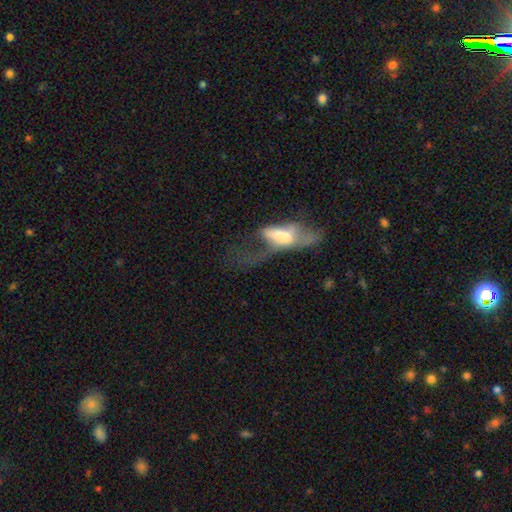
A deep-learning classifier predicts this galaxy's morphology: Q: Smooth or featured?
A: featured or disk (54%); runner-up: smooth (30%)
Q: Edge-on disk?
A: no (65%); runner-up: yes (35%)
Q: Merging?
A: major disturbance (41%); runner-up: none (33%)